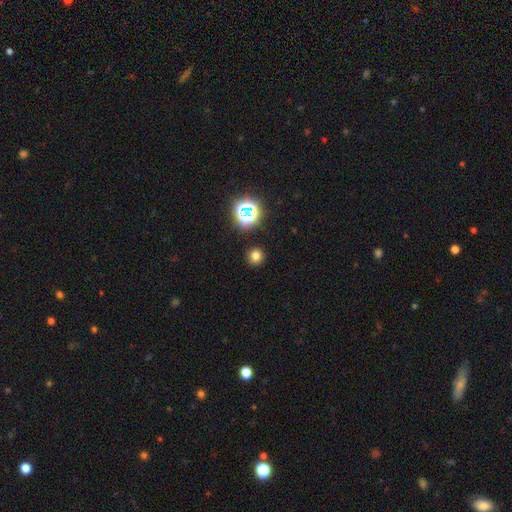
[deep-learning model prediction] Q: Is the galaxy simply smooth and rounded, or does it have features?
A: smooth — 73%.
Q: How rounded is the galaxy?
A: round — 91%.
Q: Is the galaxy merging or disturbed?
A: none — 91%.